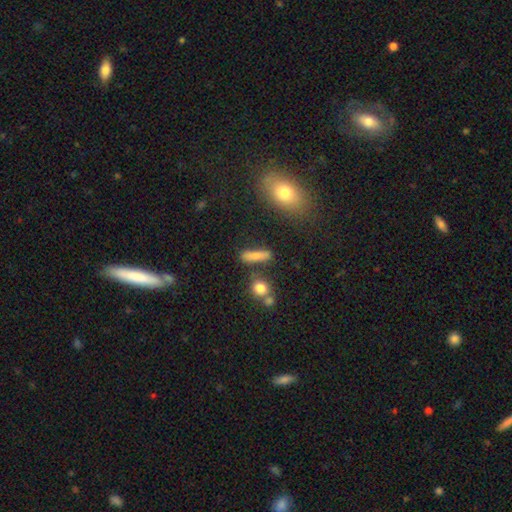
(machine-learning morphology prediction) The model was most divided on "how rounded": cigar-shaped: 60%, in between: 27%, round: 13%. More confident: smooth or featured — smooth (77%); merging — none (72%).